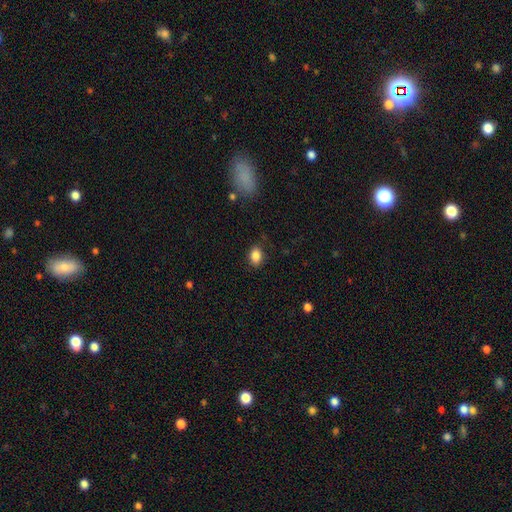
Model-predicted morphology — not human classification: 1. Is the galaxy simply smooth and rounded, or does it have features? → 86% smooth, 9% star or artifact, 5% featured or disk.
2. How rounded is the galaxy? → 72% in between, 27% round, 1% cigar-shaped.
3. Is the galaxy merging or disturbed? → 83% none, 13% minor disturbance, 3% major disturbance, 1% merger.